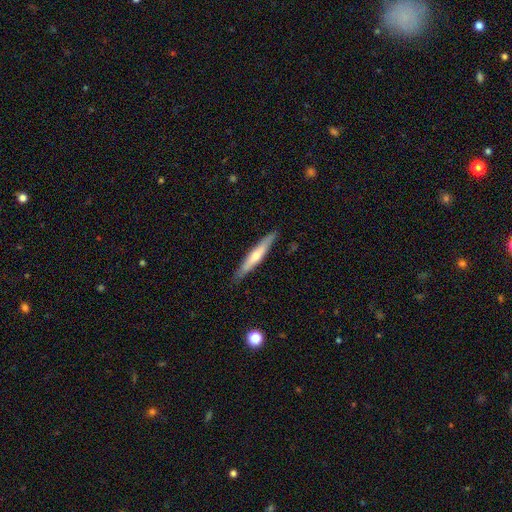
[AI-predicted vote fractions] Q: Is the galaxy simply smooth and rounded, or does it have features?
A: featured or disk — 49%.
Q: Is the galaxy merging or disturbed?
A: none — 88%.